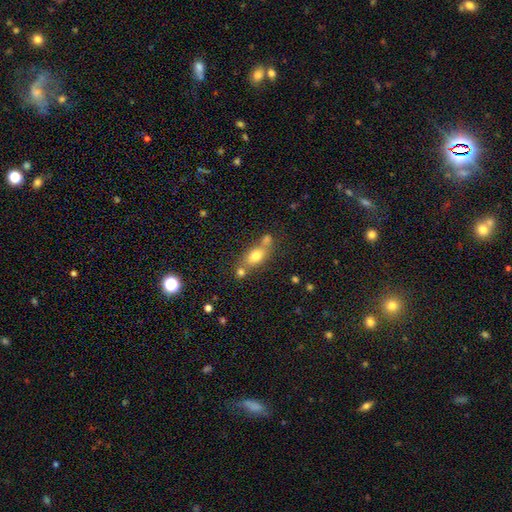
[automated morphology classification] A smooth galaxy with no disk features (73%) that is in between round and cigar-shaped (73%). Merging: none (46%).